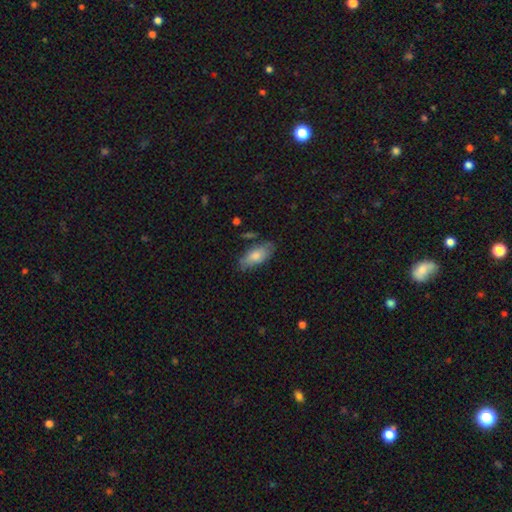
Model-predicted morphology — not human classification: smooth_or_featured: smooth (p=0.73) [alt: featured or disk p=0.21]
how_rounded: in between (p=0.88) [alt: cigar-shaped p=0.09]
merging: none (p=0.68) [alt: minor disturbance p=0.23]